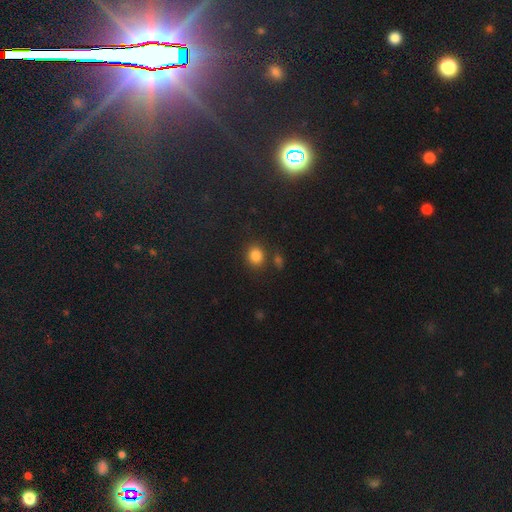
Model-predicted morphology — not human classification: smooth_or_featured: smooth (p=0.83) [alt: star or artifact p=0.12]
how_rounded: round (p=0.74) [alt: in between p=0.25]
merging: none (p=0.77) [alt: minor disturbance p=0.11]